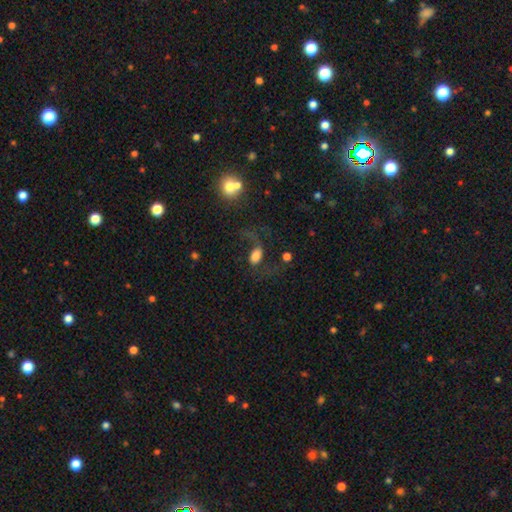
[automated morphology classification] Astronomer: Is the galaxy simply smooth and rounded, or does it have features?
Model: smooth — 53% (runner-up: featured or disk, 35%).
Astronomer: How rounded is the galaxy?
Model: in between — 84%.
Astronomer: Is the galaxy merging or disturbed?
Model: none — 43% (runner-up: major disturbance, 33%).